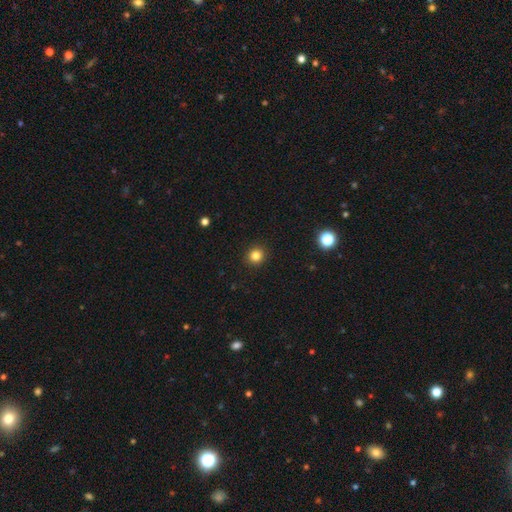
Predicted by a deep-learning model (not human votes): Smooth or featured?
  - smooth: 82% *
  - star or artifact: 12%
  - featured or disk: 5%
How rounded?
  - round: 92% *
  - in between: 7%
  - cigar-shaped: 1%
Merging?
  - none: 92% *
  - minor disturbance: 5%
  - major disturbance: 2%
  - merger: 1%